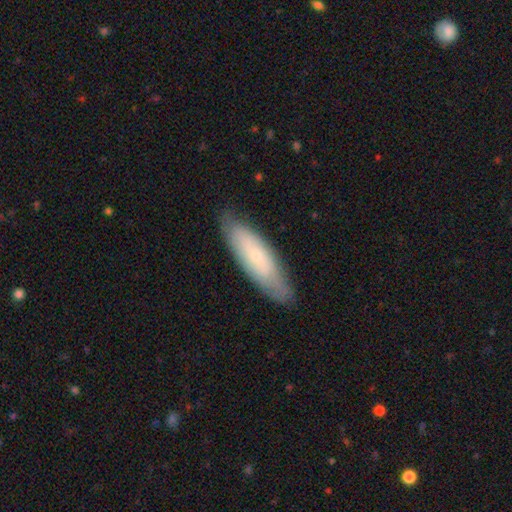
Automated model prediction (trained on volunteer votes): Overall: smooth (57%; featured or disk 37%). How rounded: cigar-shaped (55%; in between 43%). Merging: none (81%).